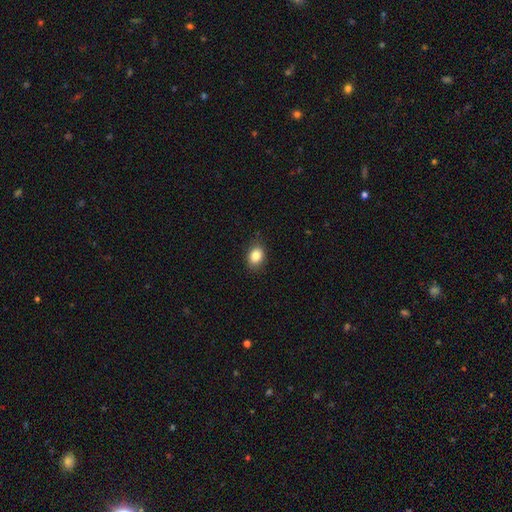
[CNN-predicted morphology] smooth_or_featured: smooth (p=0.85) [alt: star or artifact p=0.09]
how_rounded: in between (p=0.65) [alt: round p=0.33]
merging: none (p=0.84) [alt: minor disturbance p=0.12]